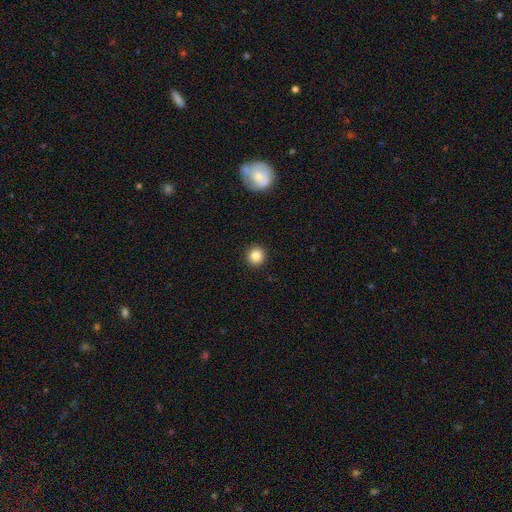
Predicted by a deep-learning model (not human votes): Morphology: type=smooth (85%); roundness=round (92%); merging=none (93%).